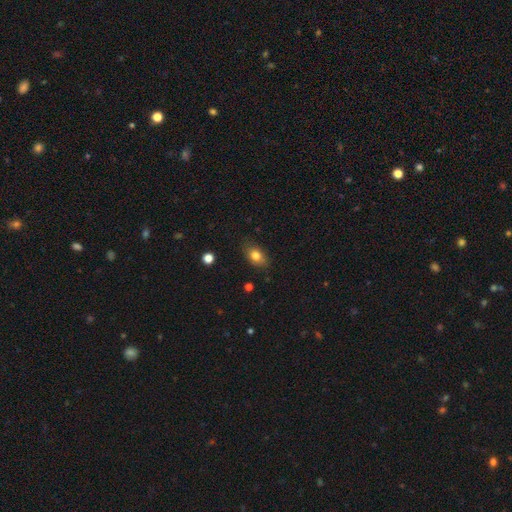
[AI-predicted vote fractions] smooth 79%, featured or disk 11%, star or artifact 9%. Down the decision tree: how rounded — in between (81%); merging — none (81%).